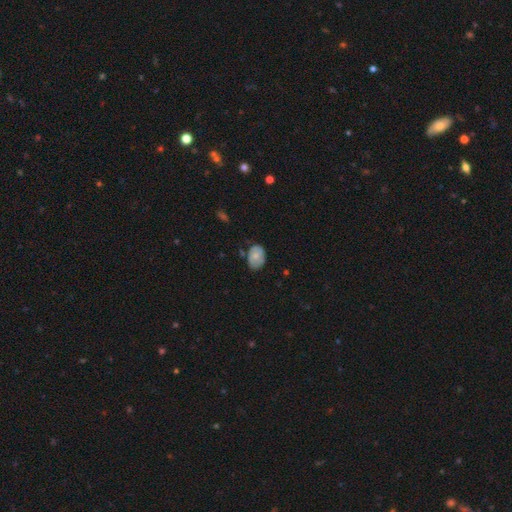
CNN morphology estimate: A smooth galaxy with no disk features (66%) that is in between round and cigar-shaped (80%). Merging: none (64%).